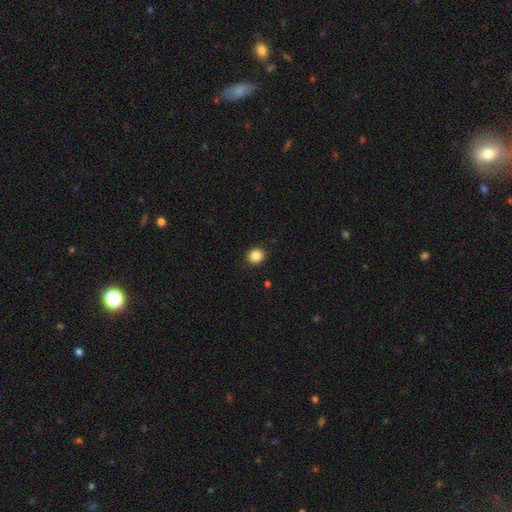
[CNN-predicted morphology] The model was most divided on "how rounded": round: 86%, in between: 13%, cigar-shaped: 1%. More confident: merging — none (92%); smooth or featured — smooth (86%).